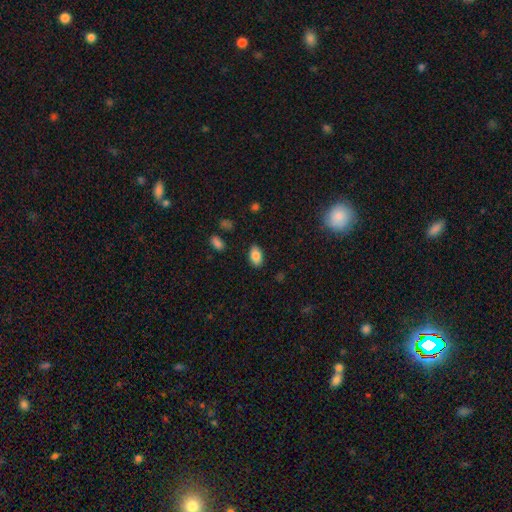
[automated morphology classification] Q: Smooth or featured?
A: smooth (83%); runner-up: featured or disk (8%)
Q: How rounded?
A: in between (92%); runner-up: round (6%)
Q: Merging?
A: none (86%); runner-up: minor disturbance (10%)